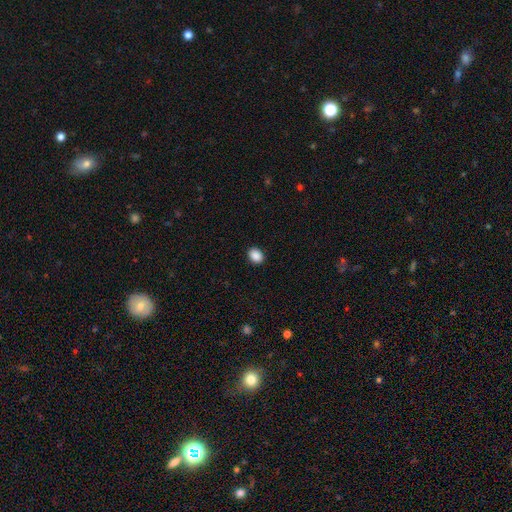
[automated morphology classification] Overall: smooth (89%). How rounded: in between (58%; round 41%). Merging: none (91%).